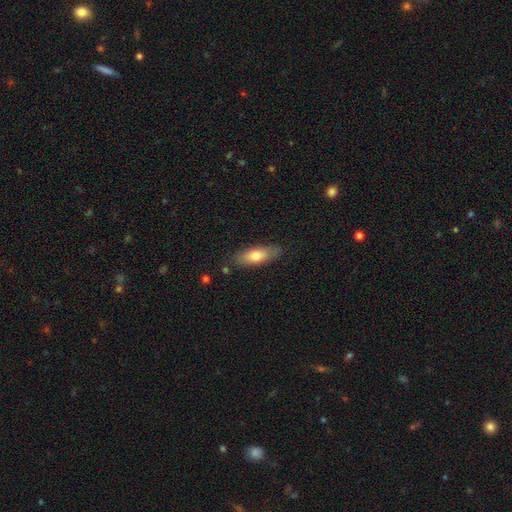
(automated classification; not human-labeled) A smooth galaxy with no disk features (71%) that is in between round and cigar-shaped (64%). Merging: none (82%).